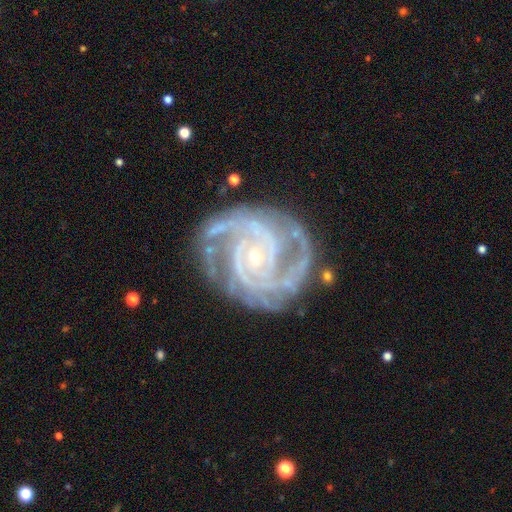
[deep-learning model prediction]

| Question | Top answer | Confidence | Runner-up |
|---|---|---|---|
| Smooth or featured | featured or disk | 93% | star or artifact (5%) |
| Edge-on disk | no | 98% | yes (2%) |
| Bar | no | 61% | weak (26%) |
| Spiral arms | yes | 99% | no (1%) |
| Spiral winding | tight | 69% | medium (28%) |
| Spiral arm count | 2 | 40% | 3 (27%) |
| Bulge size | small | 79% | moderate (17%) |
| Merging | none | 73% | minor disturbance (18%) |